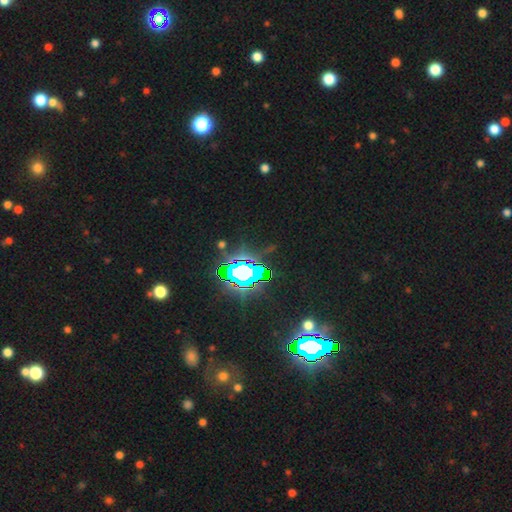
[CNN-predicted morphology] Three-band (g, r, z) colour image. It shows a star or artifact, not a galaxy (82%).